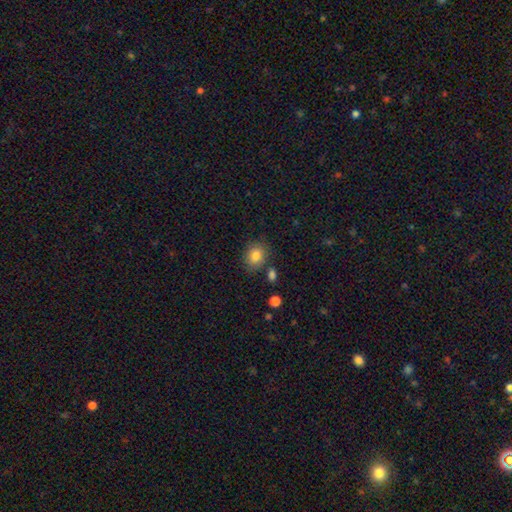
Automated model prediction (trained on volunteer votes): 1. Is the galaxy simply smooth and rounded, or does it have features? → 83% smooth, 10% star or artifact, 7% featured or disk.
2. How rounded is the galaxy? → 50% round, 49% in between, 1% cigar-shaped.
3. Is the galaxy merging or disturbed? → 77% none, 13% minor disturbance, 6% merger, 4% major disturbance.